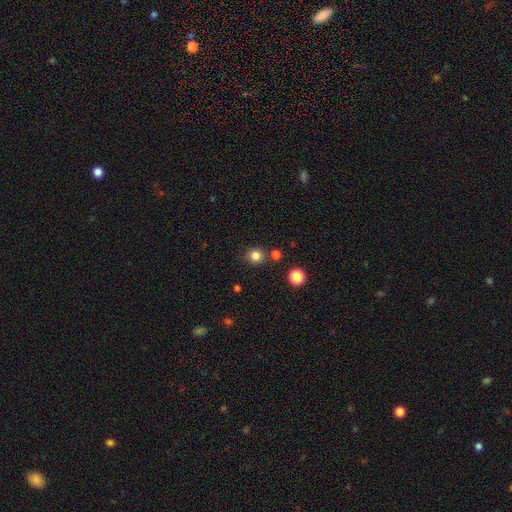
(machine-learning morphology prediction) This appears to be a smooth galaxy with no disk features (83%) that is round (88%). Merging: none (81%).